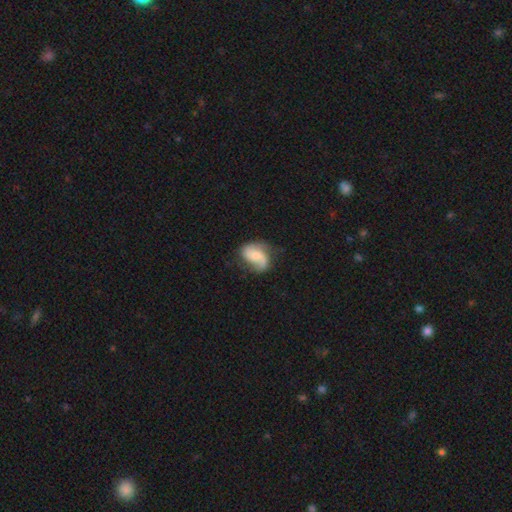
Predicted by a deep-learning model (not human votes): The model was most divided on "spiral winding": loose: 44%, medium: 39%, tight: 16%. Remaining: edge-on disk — no (97%); spiral arms — yes (93%); spiral arm count — 2 (79%); smooth or featured — featured or disk (65%); merging — none (61%); bar — no (58%); bulge size — small (43%).